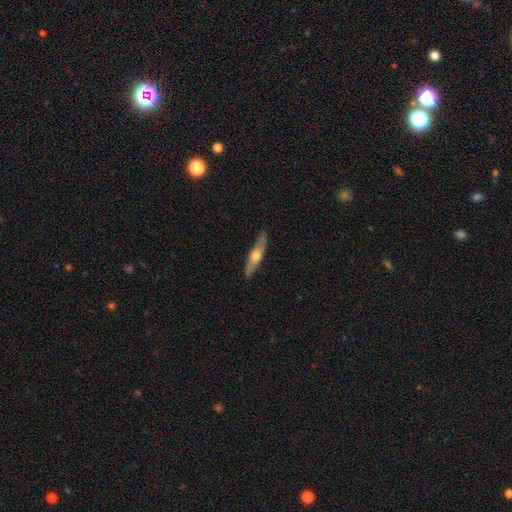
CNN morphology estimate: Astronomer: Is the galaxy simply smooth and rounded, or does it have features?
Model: featured or disk — 57% (runner-up: smooth, 37%).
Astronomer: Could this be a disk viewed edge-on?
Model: yes — 83%.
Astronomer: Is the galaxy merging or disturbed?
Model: none — 89%.